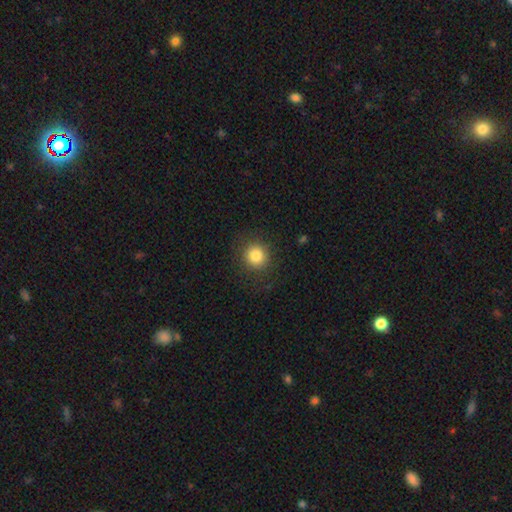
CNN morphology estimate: This is clearly a smooth galaxy (83%). How rounded: clearly round (91%). Merging: clearly none (88%).